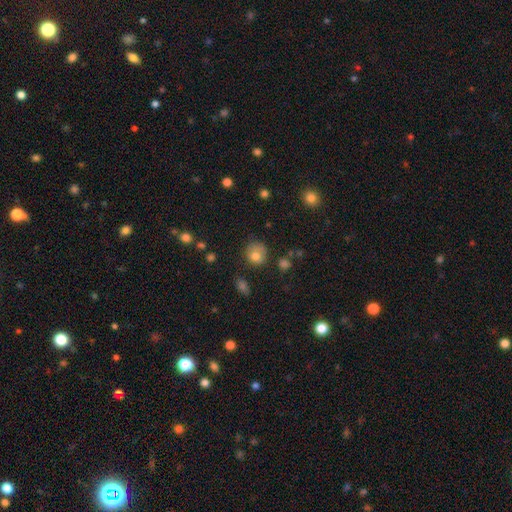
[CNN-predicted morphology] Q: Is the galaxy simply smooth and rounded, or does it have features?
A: smooth — 78%.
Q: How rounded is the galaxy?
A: round — 81%.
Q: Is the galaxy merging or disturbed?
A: none — 64%.